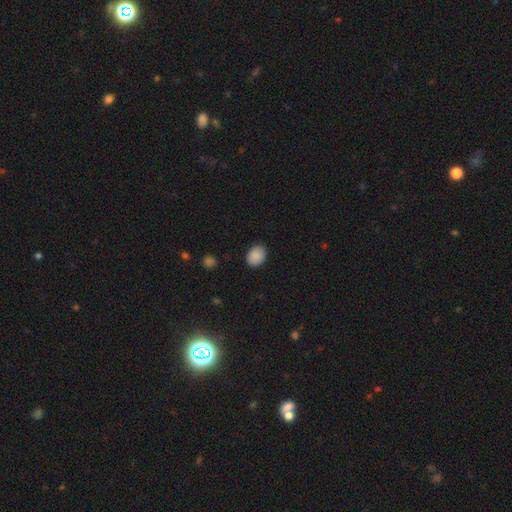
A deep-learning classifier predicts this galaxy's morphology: smooth 89%, star or artifact 8%, featured or disk 3%. Down the decision tree: how rounded — in between (61%); merging — none (88%).